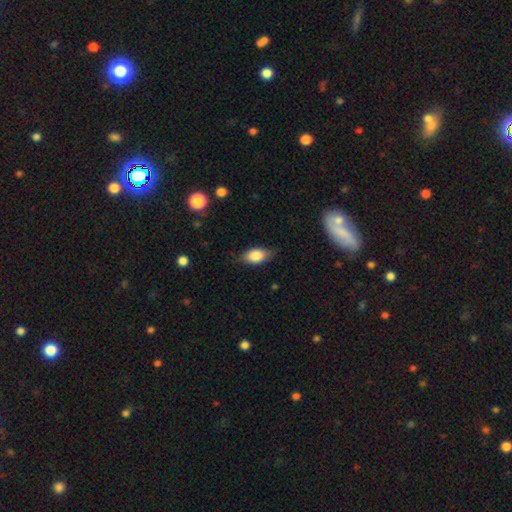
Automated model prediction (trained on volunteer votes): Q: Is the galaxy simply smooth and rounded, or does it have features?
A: smooth — 83%.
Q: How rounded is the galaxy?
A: in between — 89%.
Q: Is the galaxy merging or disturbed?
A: none — 76%.